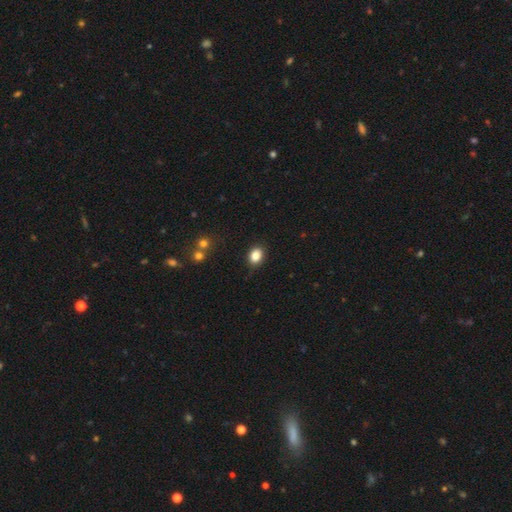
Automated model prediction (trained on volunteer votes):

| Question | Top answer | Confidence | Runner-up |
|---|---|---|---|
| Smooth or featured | smooth | 85% | star or artifact (10%) |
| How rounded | in between | 67% | round (31%) |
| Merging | none | 87% | minor disturbance (10%) |